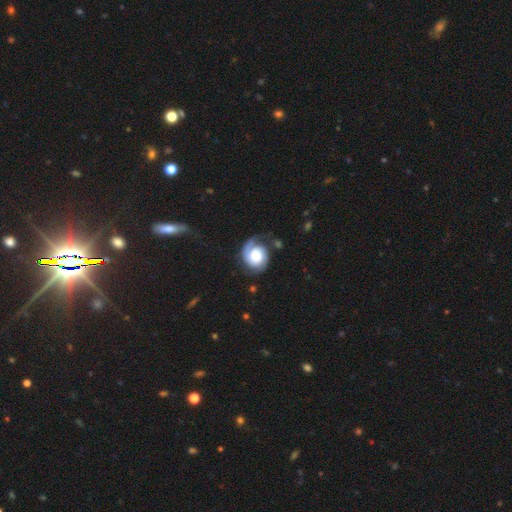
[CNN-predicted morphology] featured or disk 73%, smooth 21%, star or artifact 6%. Down the decision tree: edge-on disk — no (98%); bar — no (74%); spiral arms — yes (94%); spiral arm count — 1 (56%); spiral winding — tight (52%); bulge size — large (49%); merging — none (57%).